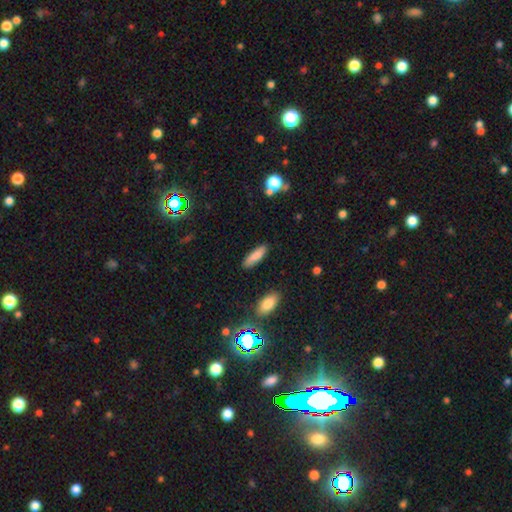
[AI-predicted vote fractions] A smooth galaxy with no disk features (84%) that is cigar-shaped (60%). Merging: none (87%).